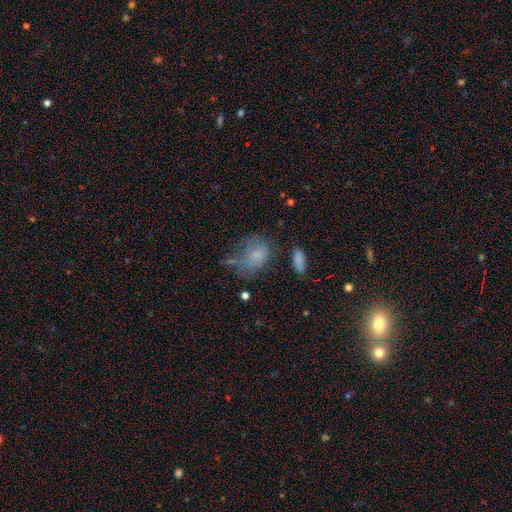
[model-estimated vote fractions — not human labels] A smooth galaxy with no disk features (66%) that is in between round and cigar-shaped (69%).

Vote fractions:
- Smooth or featured? smooth: 66% / featured or disk: 21% / star or artifact: 13%
- How rounded? in between: 69% / round: 30% / cigar-shaped: 2%
- Merging? none: 36% / minor disturbance: 28% / major disturbance: 27% / merger: 9%